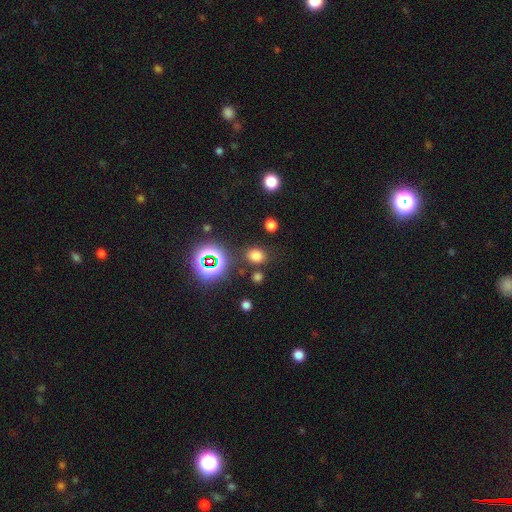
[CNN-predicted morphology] Overall: smooth (70%). How rounded: round (61%; in between 38%). Merging: none (82%).